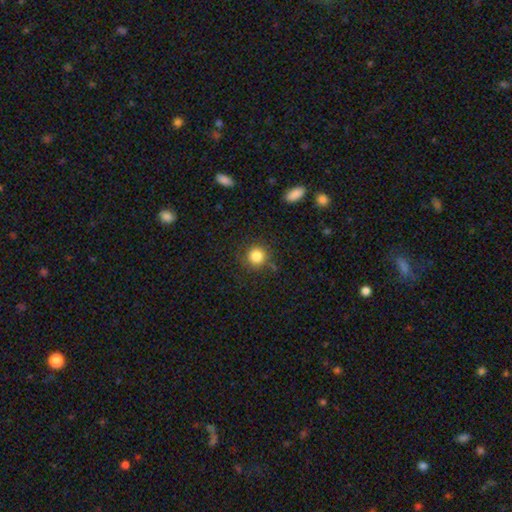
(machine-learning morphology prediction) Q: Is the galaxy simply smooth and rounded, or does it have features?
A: smooth — 84%.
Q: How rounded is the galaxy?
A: round — 93%.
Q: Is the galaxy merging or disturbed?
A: none — 85%.